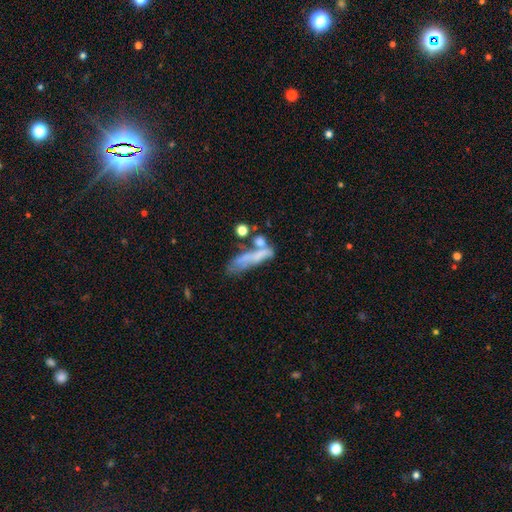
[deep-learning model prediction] smooth-or-featured: smooth: 50% | featured or disk: 37% | star or artifact: 13%
  merging: merger: 30% | none: 26% | major disturbance: 25% | minor disturbance: 19%